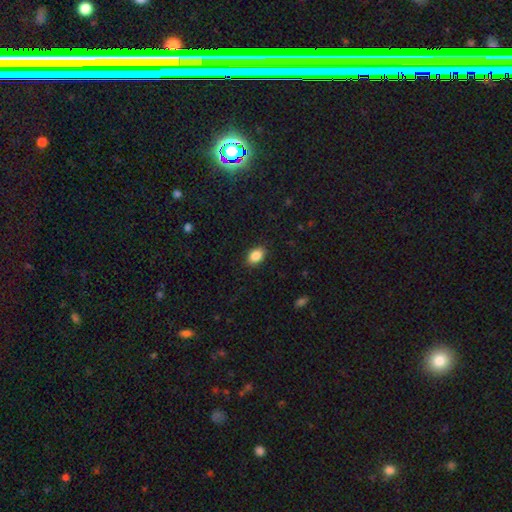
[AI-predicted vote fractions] Q: Smooth or featured?
A: smooth (87%); runner-up: star or artifact (8%)
Q: How rounded?
A: in between (84%); runner-up: round (15%)
Q: Merging?
A: none (89%); runner-up: minor disturbance (8%)